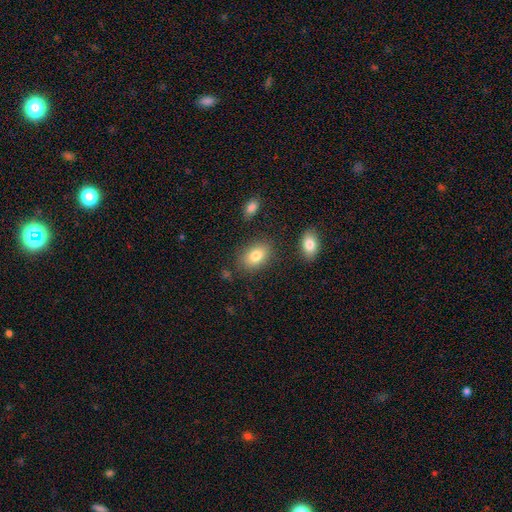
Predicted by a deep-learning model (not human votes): The model was most divided on "merging": none: 80%, minor disturbance: 12%, merger: 4%, major disturbance: 4%. More confident: how rounded — in between (84%); smooth or featured — smooth (81%).